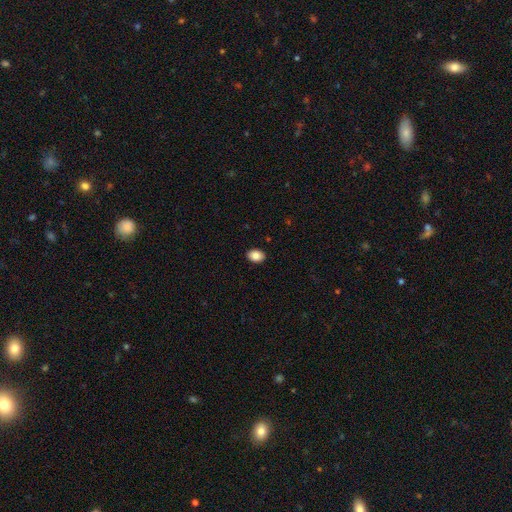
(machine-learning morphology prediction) This appears to be a smooth galaxy with no disk features (88%) that is in between round and cigar-shaped (73%). Merging: none (90%).